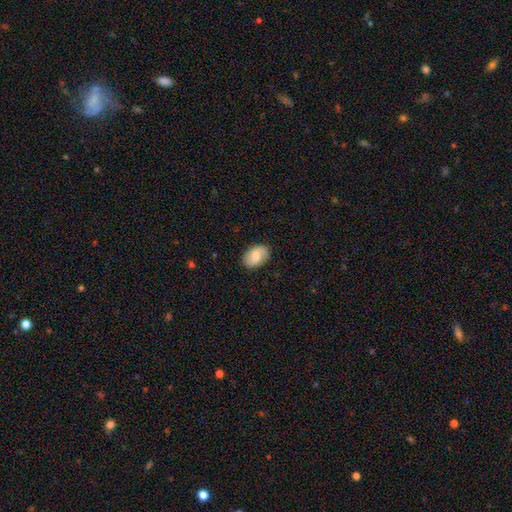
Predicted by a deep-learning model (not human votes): A smooth galaxy with no disk features (51%) that is in between round and cigar-shaped (83%). Merging: none (81%).